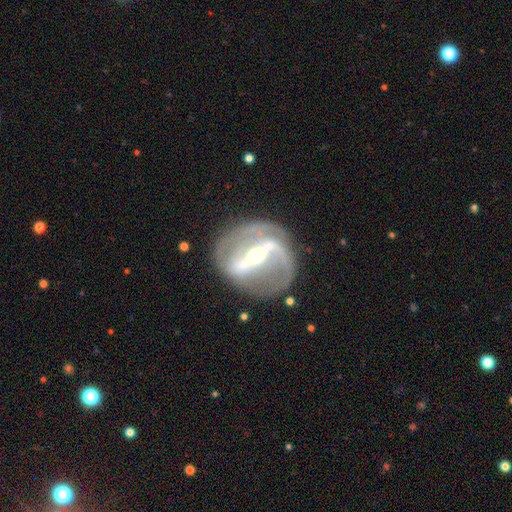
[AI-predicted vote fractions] smooth_or_featured: featured or disk (p=0.87) [alt: smooth p=0.07]
disk_edge_on: no (p=0.92) [alt: yes p=0.08]
bar: strong (p=0.77) [alt: weak p=0.16]
has_spiral_arms: yes (p=0.84) [alt: no p=0.16]
spiral_winding: medium (p=0.41) [alt: loose p=0.30]
spiral_arm_count: 2 (p=0.77) [alt: can't tell p=0.10]
bulge_size: small (p=0.53) [alt: moderate p=0.41]
merging: none (p=0.74) [alt: minor disturbance p=0.14]